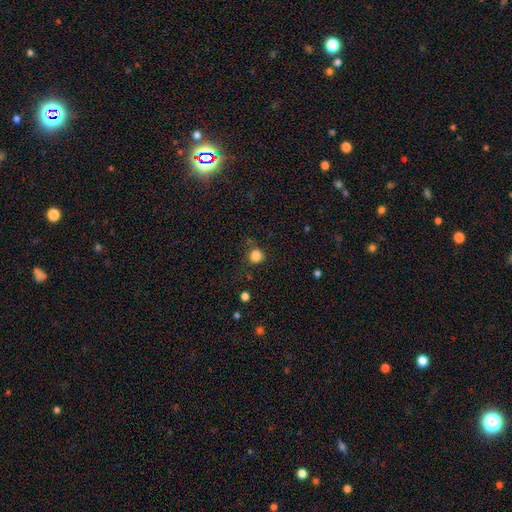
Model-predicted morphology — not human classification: Overall: smooth (84%). How rounded: round (82%). Merging: none (77%).